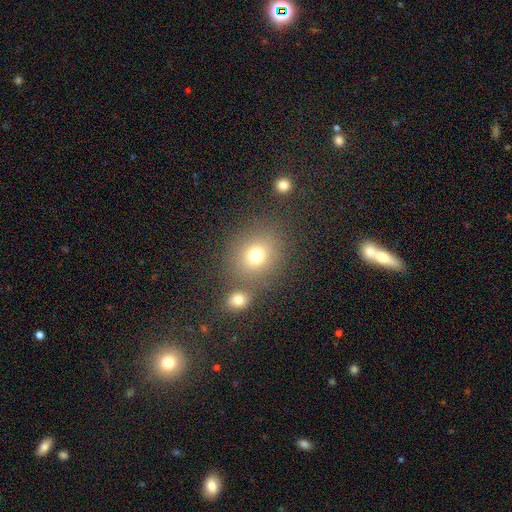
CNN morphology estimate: smooth_or_featured: smooth (p=0.74) [alt: star or artifact p=0.16]
how_rounded: round (p=0.71) [alt: in between p=0.28]
merging: none (p=0.67) [alt: merger p=0.18]